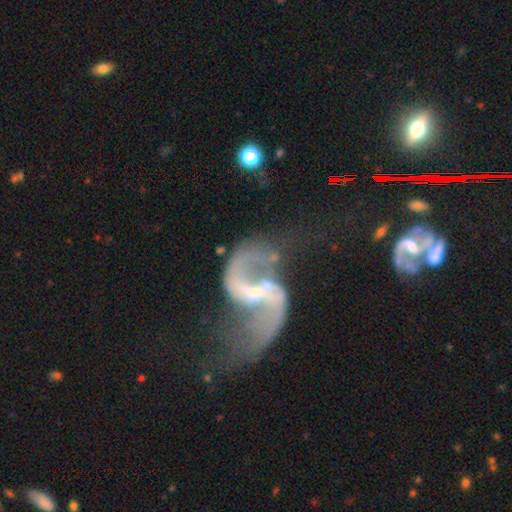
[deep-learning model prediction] Smooth or featured: featured or disk — 91% (star or artifact — 6%)
Edge-on disk: no — 98% (yes — 2%)
Bar: weak — 46% (strong — 29%)
Spiral arms: yes — 95% (no — 5%)
Spiral winding: loose — 78% (medium — 17%)
Spiral arm count: 2 — 93% (1 — 2%)
Bulge size: small — 66% (moderate — 19%)
Merging: none — 46% (major disturbance — 22%)